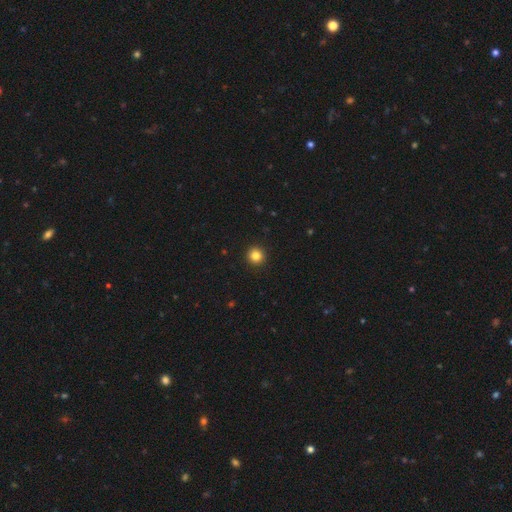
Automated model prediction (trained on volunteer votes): A smooth galaxy with no disk features (84%) that is round (95%). Merging: none (93%).